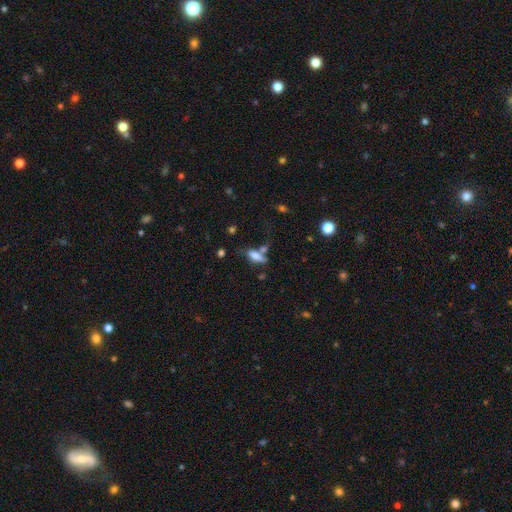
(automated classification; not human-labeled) Q: Smooth or featured?
A: smooth (69%); runner-up: featured or disk (21%)
Q: How rounded?
A: in between (58%); runner-up: cigar-shaped (38%)
Q: Merging?
A: none (45%); runner-up: merger (26%)